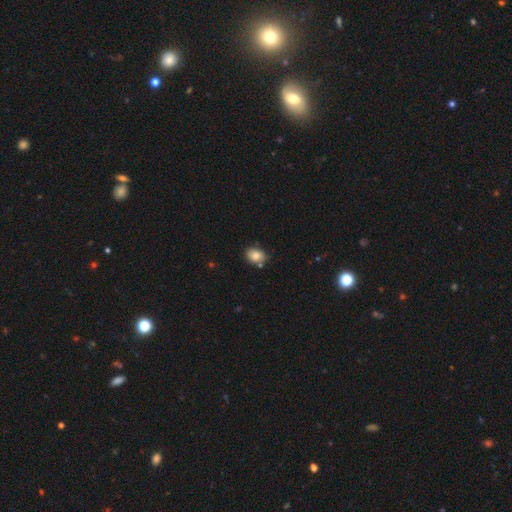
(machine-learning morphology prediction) Smooth or featured? Predicted: smooth (p=0.80). How rounded? Predicted: in between (p=0.67). Merging? Predicted: none (p=0.70).